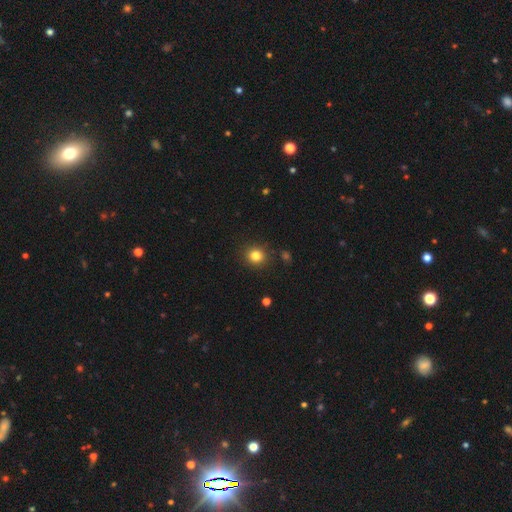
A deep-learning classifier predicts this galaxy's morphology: Smooth or featured? Predicted: smooth (p=0.82). How rounded? Predicted: round (p=0.85). Merging? Predicted: none (p=0.89).